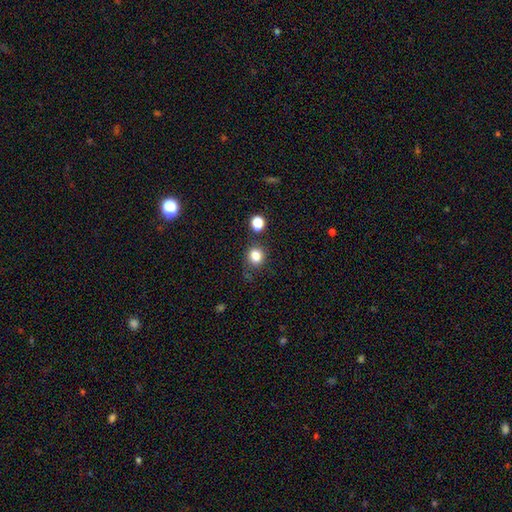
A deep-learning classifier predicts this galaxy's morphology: Smooth or featured?
  - smooth: 83% *
  - star or artifact: 12%
  - featured or disk: 5%
How rounded?
  - round: 78% *
  - in between: 21%
  - cigar-shaped: 1%
Merging?
  - none: 73% *
  - minor disturbance: 15%
  - merger: 7%
  - major disturbance: 5%